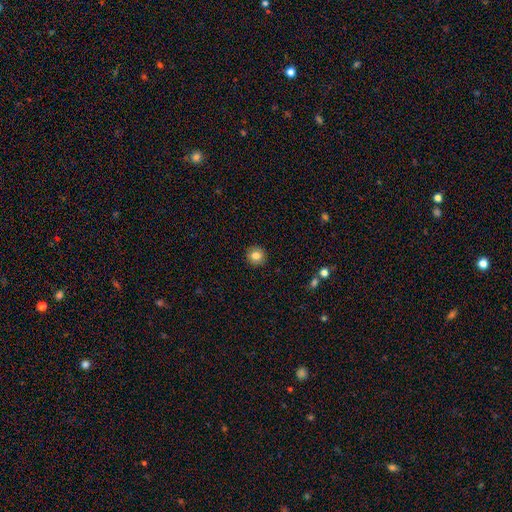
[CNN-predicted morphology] This is clearly a smooth galaxy (82%). How rounded: clearly round (92%). Merging: clearly none (92%).